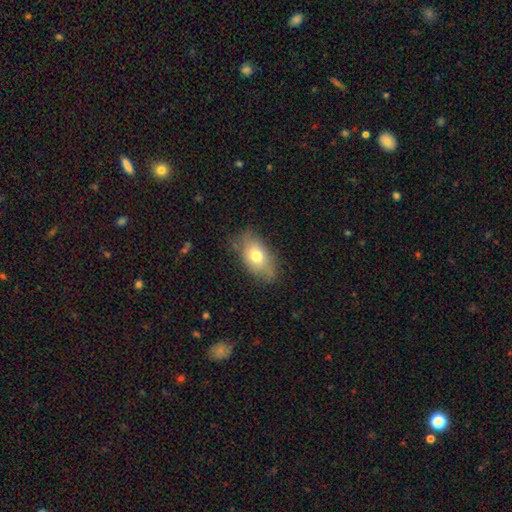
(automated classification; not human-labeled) smooth-or-featured: smooth: 70% | featured or disk: 21% | star or artifact: 9%
  how-rounded: in between: 85% | round: 10% | cigar-shaped: 5%
  merging: none: 72% | minor disturbance: 20% | major disturbance: 6% | merger: 2%